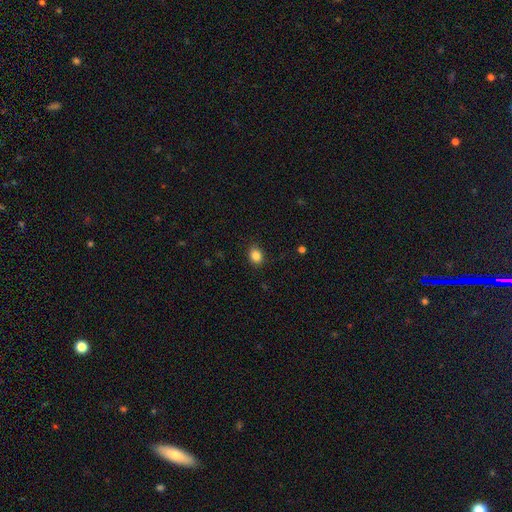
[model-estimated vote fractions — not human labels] Smooth or featured?
  - smooth: 86% *
  - star or artifact: 10%
  - featured or disk: 4%
How rounded?
  - round: 55% *
  - in between: 44%
  - cigar-shaped: 1%
Merging?
  - none: 88% *
  - minor disturbance: 9%
  - major disturbance: 2%
  - merger: 1%